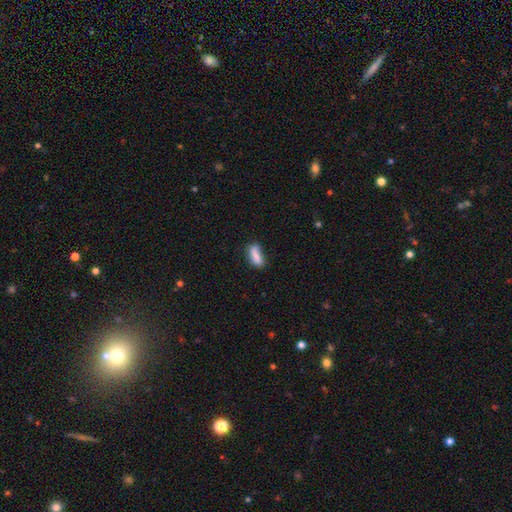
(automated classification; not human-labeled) A smooth galaxy with no disk features (80%) that is in between round and cigar-shaped (66%). Merging: none (51%).